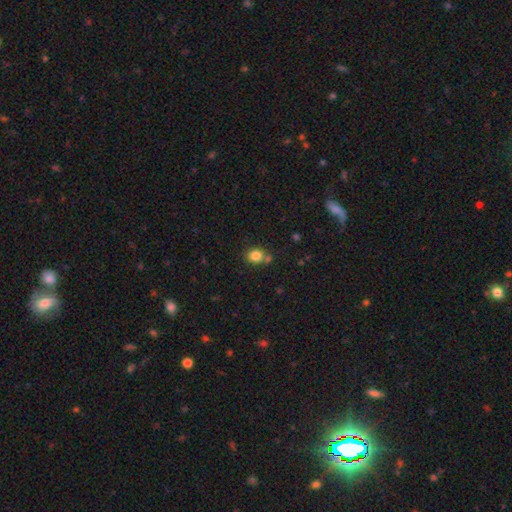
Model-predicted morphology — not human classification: smooth 82%, star or artifact 11%, featured or disk 6%. Down the decision tree: how rounded — round (68%); merging — none (67%).